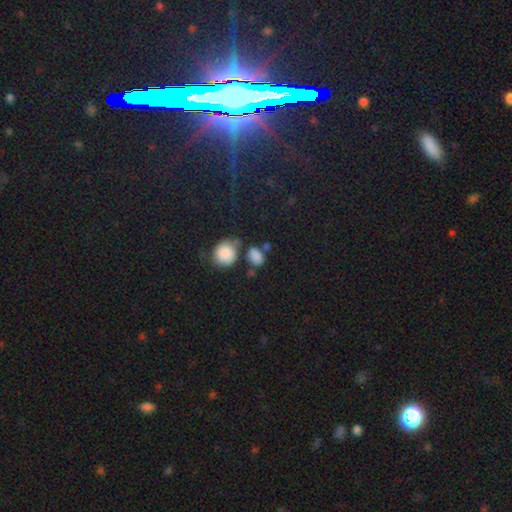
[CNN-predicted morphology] Smooth or featured?
  - smooth: 83% *
  - star or artifact: 11%
  - featured or disk: 6%
How rounded?
  - in between: 67% *
  - round: 31%
  - cigar-shaped: 2%
Merging?
  - none: 53% *
  - merger: 22%
  - minor disturbance: 17%
  - major disturbance: 7%